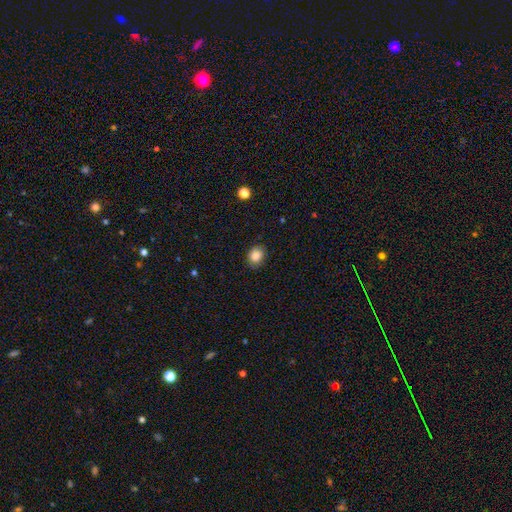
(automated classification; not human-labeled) Smooth or featured? smooth (86%)
How rounded? round (60%)
Merging? none (82%)